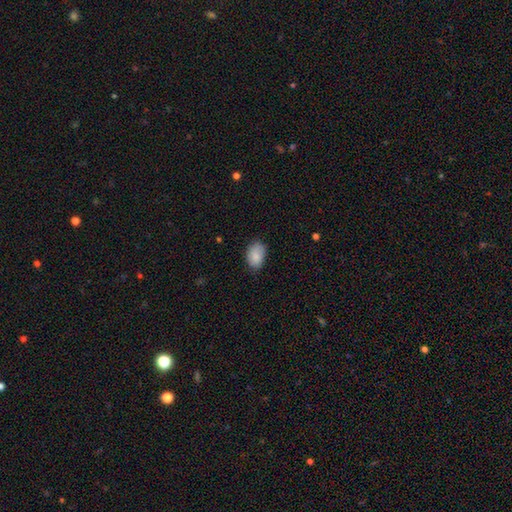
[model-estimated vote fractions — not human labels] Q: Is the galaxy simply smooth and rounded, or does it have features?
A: smooth — 87%.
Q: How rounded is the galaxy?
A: in between — 86%.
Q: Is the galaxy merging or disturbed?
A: none — 72%.